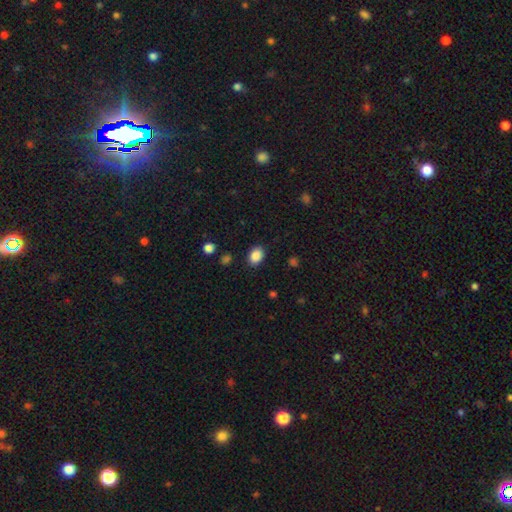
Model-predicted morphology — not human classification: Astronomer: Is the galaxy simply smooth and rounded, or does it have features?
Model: smooth — 88%.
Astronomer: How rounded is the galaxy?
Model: in between — 71%.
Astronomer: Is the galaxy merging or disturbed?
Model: none — 87%.